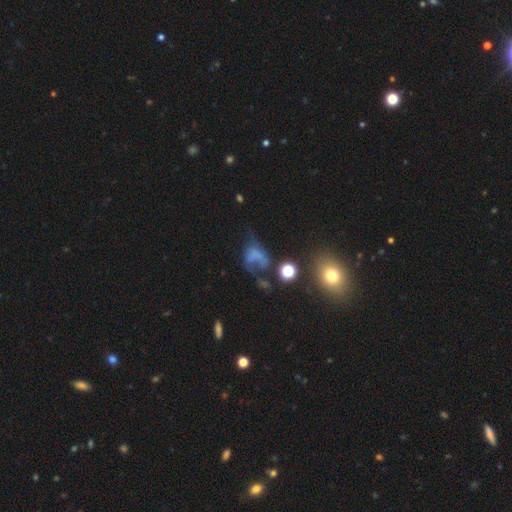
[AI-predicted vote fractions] A smooth galaxy with no disk features (42%).

Vote fractions:
- Smooth or featured? smooth: 42% / featured or disk: 36% / star or artifact: 22%
- Merging? major disturbance: 47% / none: 23% / minor disturbance: 17% / merger: 13%